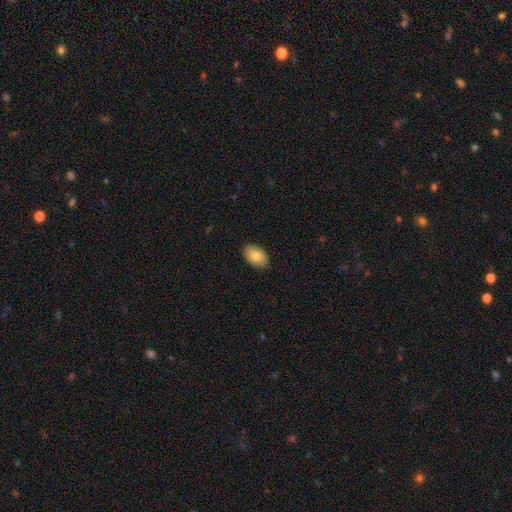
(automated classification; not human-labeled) smooth_or_featured: smooth (p=0.83) [alt: featured or disk p=0.10]
how_rounded: in between (p=0.92) [alt: round p=0.07]
merging: none (p=0.89) [alt: minor disturbance p=0.09]